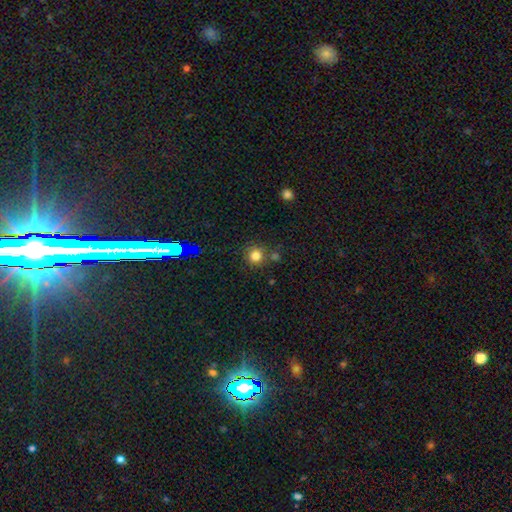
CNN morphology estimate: smooth 78%, star or artifact 16%, featured or disk 6%. Down the decision tree: how rounded — round (92%); merging — none (74%).